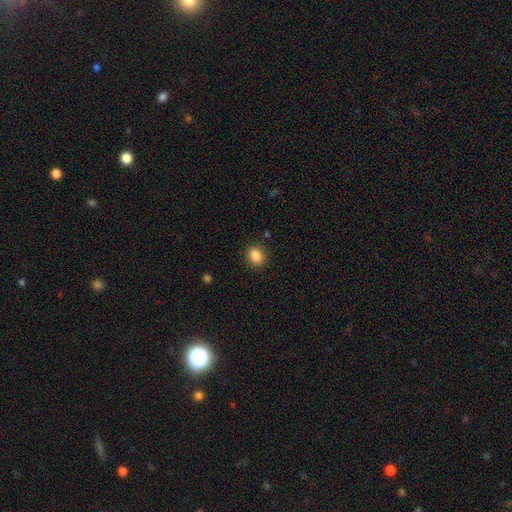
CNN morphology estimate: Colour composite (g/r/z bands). It shows a smooth galaxy with no disk features (86%) that is round (57%). Merging: none (88%).